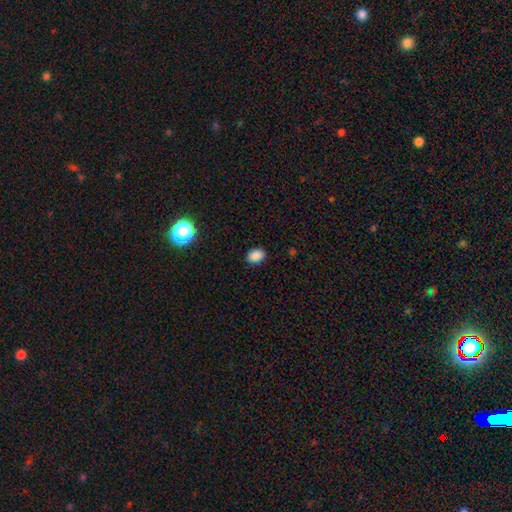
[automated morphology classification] Smooth or featured: smooth — 87% (star or artifact — 10%)
How rounded: in between — 75% (round — 24%)
Merging: none — 87% (minor disturbance — 9%)